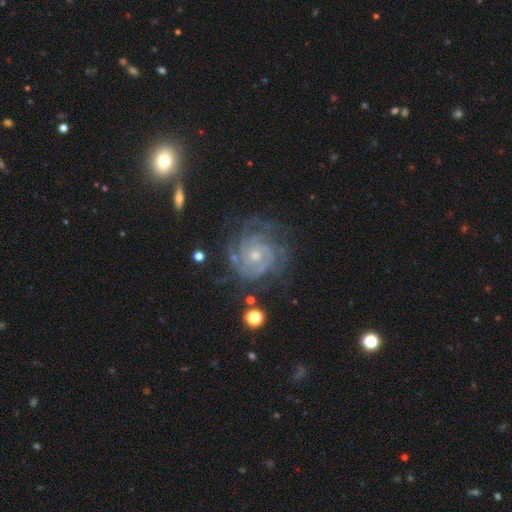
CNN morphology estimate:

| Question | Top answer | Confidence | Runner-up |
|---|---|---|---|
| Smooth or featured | featured or disk | 87% | smooth (7%) |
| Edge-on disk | no | 98% | yes (2%) |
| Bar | no | 76% | weak (20%) |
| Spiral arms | yes | 96% | no (4%) |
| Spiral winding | tight | 76% | medium (20%) |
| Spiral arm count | can't tell | 32% | 3 (22%) |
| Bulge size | small | 58% | moderate (37%) |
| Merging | none | 69% | minor disturbance (19%) |